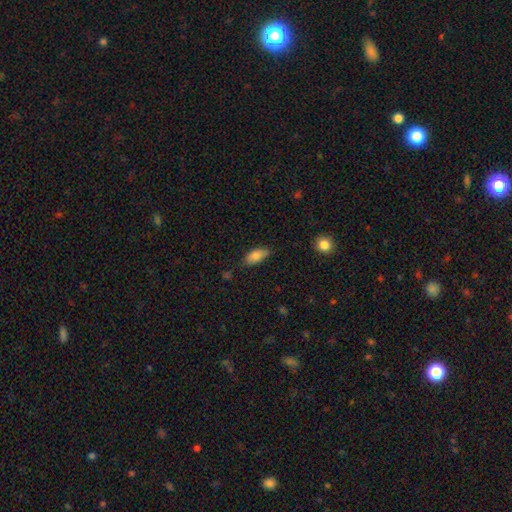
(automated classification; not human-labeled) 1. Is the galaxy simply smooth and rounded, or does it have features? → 80% smooth, 12% featured or disk, 8% star or artifact.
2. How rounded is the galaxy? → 87% in between, 10% cigar-shaped, 3% round.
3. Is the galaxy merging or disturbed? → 70% none, 24% minor disturbance, 4% major disturbance, 2% merger.